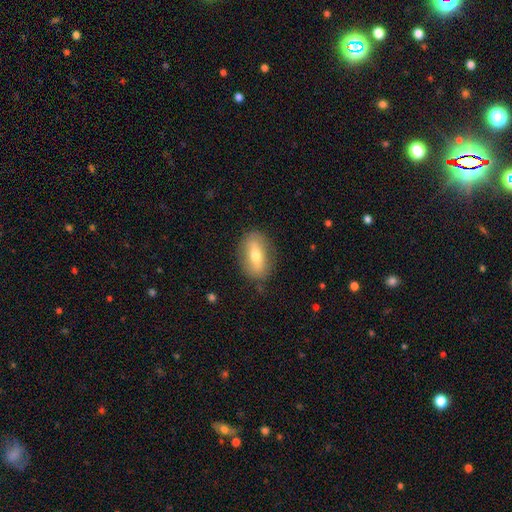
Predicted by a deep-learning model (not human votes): The model was most divided on "smooth or featured": smooth: 57%, featured or disk: 35%, star or artifact: 7%. More confident: merging — none (82%); how rounded — in between (81%).